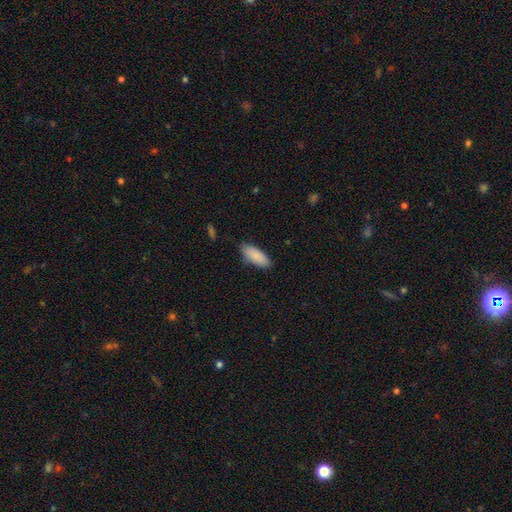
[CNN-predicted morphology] The model was most divided on "how rounded": in between: 79%, cigar-shaped: 20%, round: 2%. More confident: smooth or featured — smooth (89%); merging — none (83%).